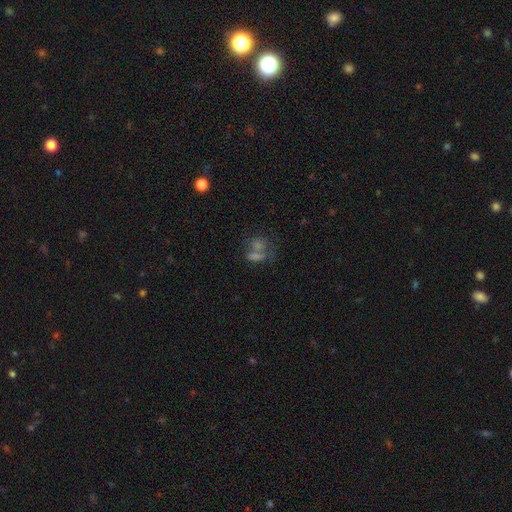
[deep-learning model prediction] A smooth galaxy with no disk features (47%).

Vote fractions:
- Smooth or featured? smooth: 47% / featured or disk: 27% / star or artifact: 26%
- Merging? merger: 42% / none: 34% / major disturbance: 13% / minor disturbance: 12%